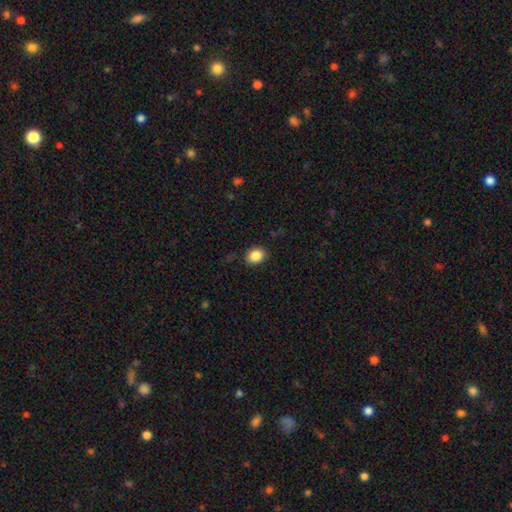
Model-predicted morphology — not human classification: Smooth or featured? smooth (87%)
How rounded? in between (54%)
Merging? none (87%)